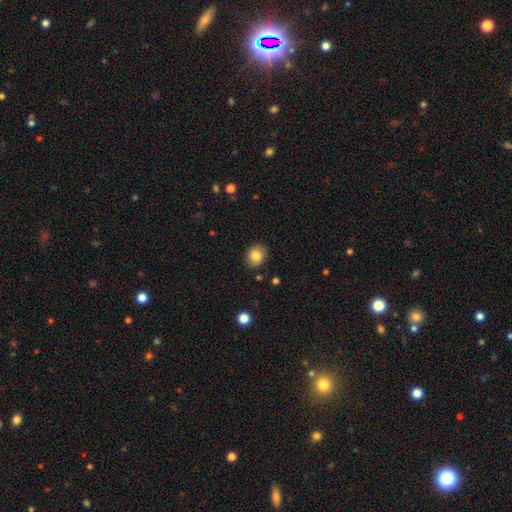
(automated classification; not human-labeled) smooth-or-featured: smooth: 83% | star or artifact: 9% | featured or disk: 8%
  how-rounded: round: 61% | in between: 39% | cigar-shaped: 1%
  merging: none: 87% | minor disturbance: 9% | major disturbance: 2% | merger: 1%